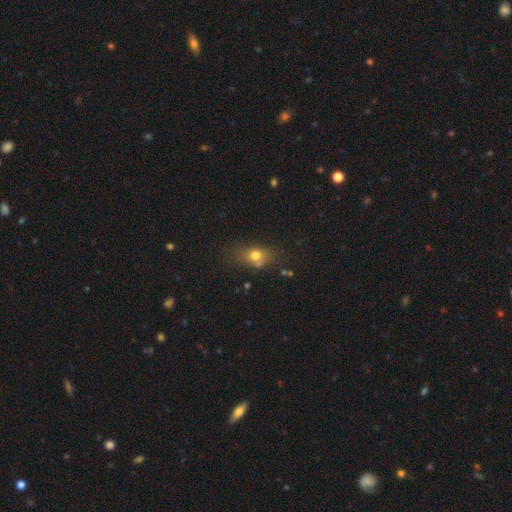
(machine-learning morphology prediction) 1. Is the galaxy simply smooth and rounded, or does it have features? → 72% smooth, 14% featured or disk, 14% star or artifact.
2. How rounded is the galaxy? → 60% in between, 36% round, 4% cigar-shaped.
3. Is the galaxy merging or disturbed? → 59% none, 22% minor disturbance, 10% merger, 10% major disturbance.